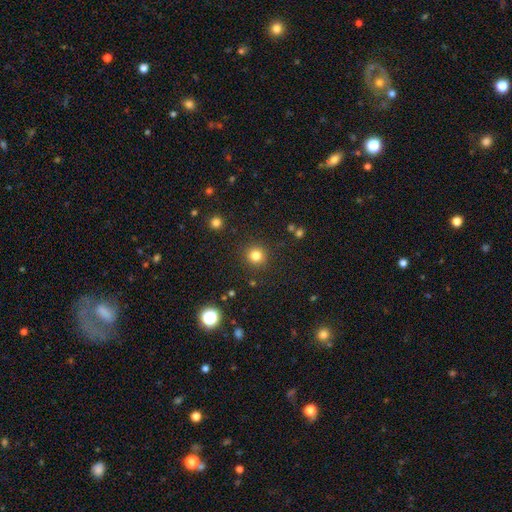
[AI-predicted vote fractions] Smooth or featured? smooth (81%)
How rounded? round (94%)
Merging? none (89%)